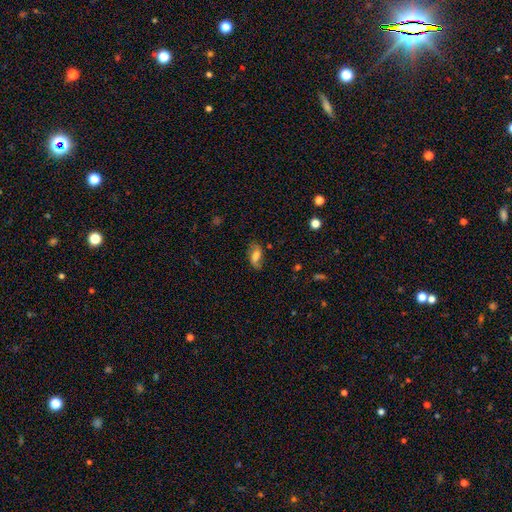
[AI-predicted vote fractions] Morphology: type=smooth (52%); roundness=in between (85%); merging=none (67%).